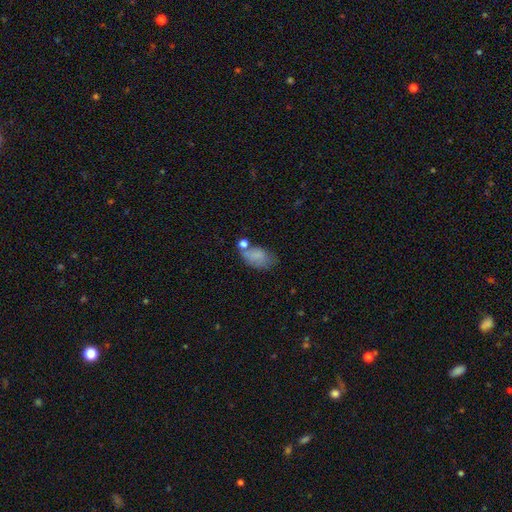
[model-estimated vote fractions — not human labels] Smooth or featured: smooth — 74% (featured or disk — 15%)
How rounded: in between — 89% (round — 9%)
Merging: none — 42% (minor disturbance — 26%)